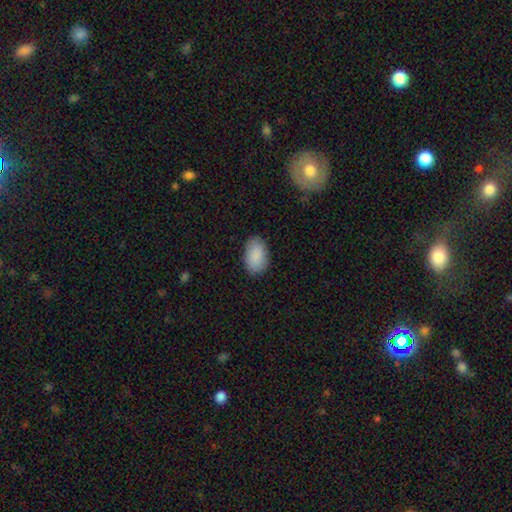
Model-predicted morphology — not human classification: Q: Smooth or featured?
A: smooth (90%); runner-up: star or artifact (6%)
Q: How rounded?
A: in between (93%); runner-up: round (6%)
Q: Merging?
A: none (87%); runner-up: minor disturbance (10%)